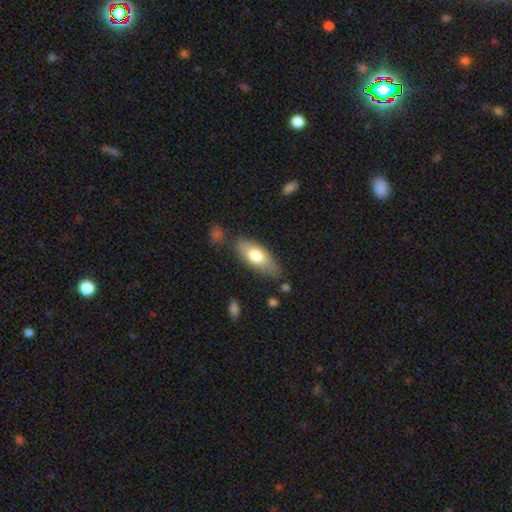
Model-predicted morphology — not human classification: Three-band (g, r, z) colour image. It shows a smooth galaxy with no disk features (71%) that is in between round and cigar-shaped (80%). Merging: none (74%).